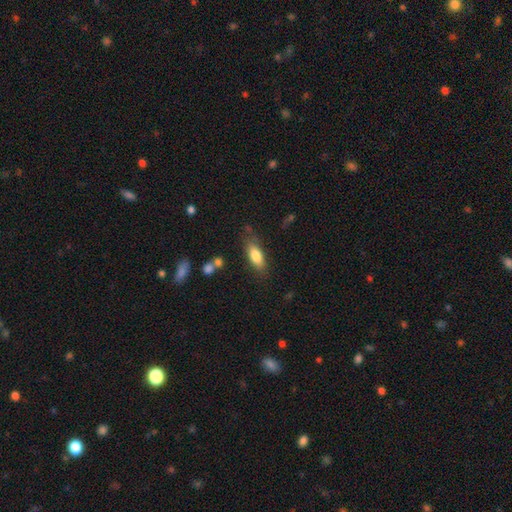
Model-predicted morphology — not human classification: Smooth or featured: smooth — 80% (featured or disk — 13%)
How rounded: in between — 75% (cigar-shaped — 22%)
Merging: none — 74% (minor disturbance — 17%)